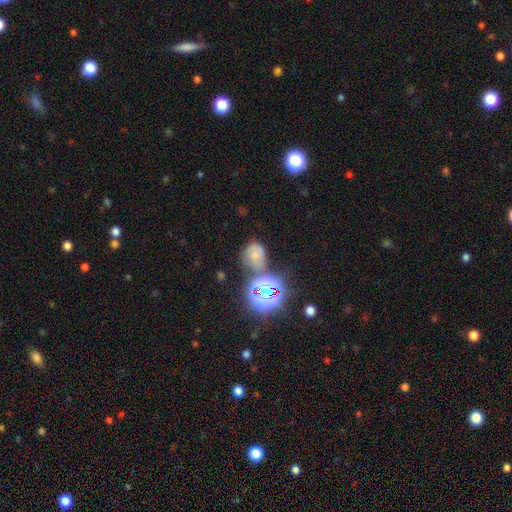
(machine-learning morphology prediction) Smooth or featured: smooth — 48% (star or artifact — 29%)
Merging: none — 42% (merger — 22%)